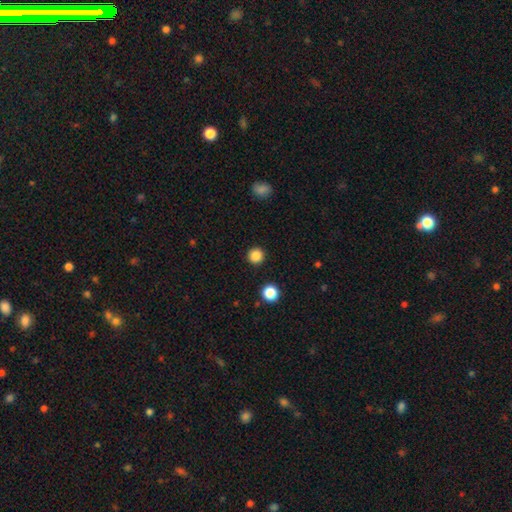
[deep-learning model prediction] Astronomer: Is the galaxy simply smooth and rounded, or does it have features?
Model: smooth — 86%.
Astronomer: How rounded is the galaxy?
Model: round — 96%.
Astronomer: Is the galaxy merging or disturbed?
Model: none — 93%.